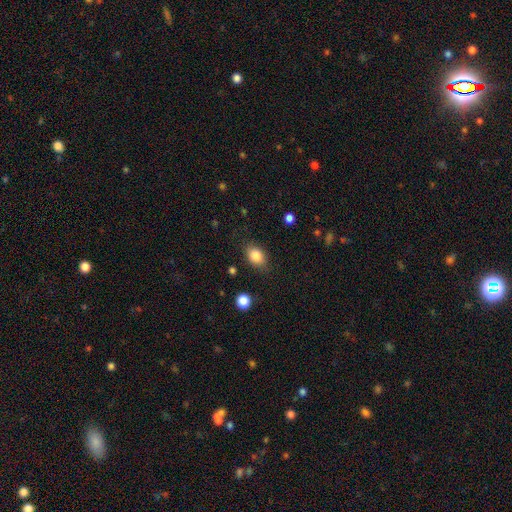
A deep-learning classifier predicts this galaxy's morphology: This is clearly a smooth galaxy (85%). How rounded: likely in between (73%). Merging: clearly none (81%).